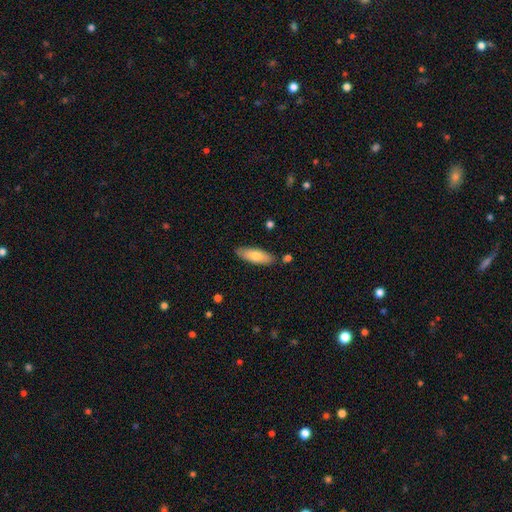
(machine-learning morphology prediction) A smooth galaxy with no disk features (75%) that is in between round and cigar-shaped (60%).

Vote fractions:
- Smooth or featured? smooth: 75% / featured or disk: 20% / star or artifact: 6%
- How rounded? in between: 60% / cigar-shaped: 38% / round: 2%
- Merging? none: 83% / minor disturbance: 12% / merger: 3% / major disturbance: 2%